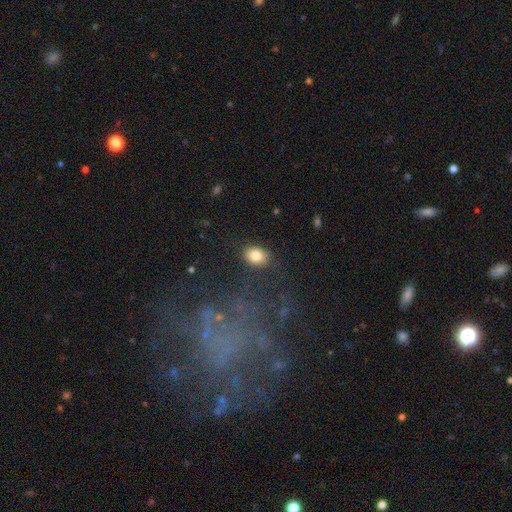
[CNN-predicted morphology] Smooth or featured?
  - smooth: 82% *
  - star or artifact: 9%
  - featured or disk: 9%
How rounded?
  - in between: 73% *
  - round: 25%
  - cigar-shaped: 1%
Merging?
  - none: 83% *
  - minor disturbance: 11%
  - major disturbance: 4%
  - merger: 2%